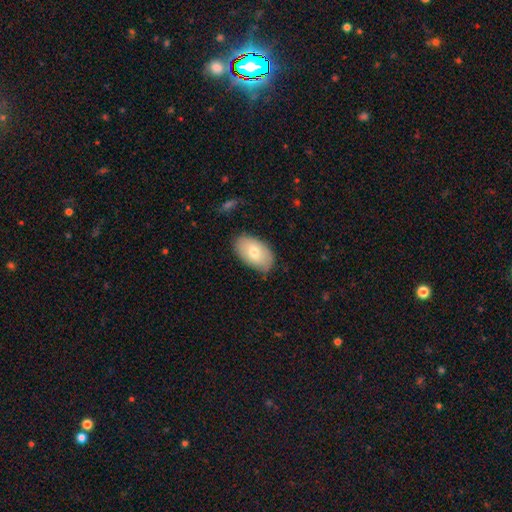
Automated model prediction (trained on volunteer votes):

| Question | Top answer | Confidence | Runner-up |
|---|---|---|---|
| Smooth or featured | smooth | 72% | featured or disk (22%) |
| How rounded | in between | 93% | round (6%) |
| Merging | none | 79% | minor disturbance (17%) |